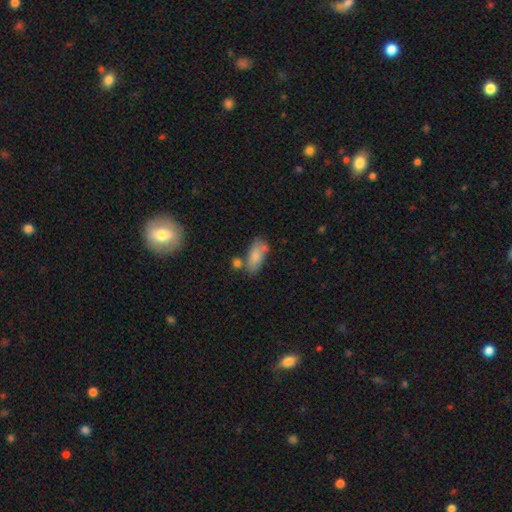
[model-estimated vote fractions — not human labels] Morphology: type=smooth (77%); roundness=in between (87%); merging=none (53%).